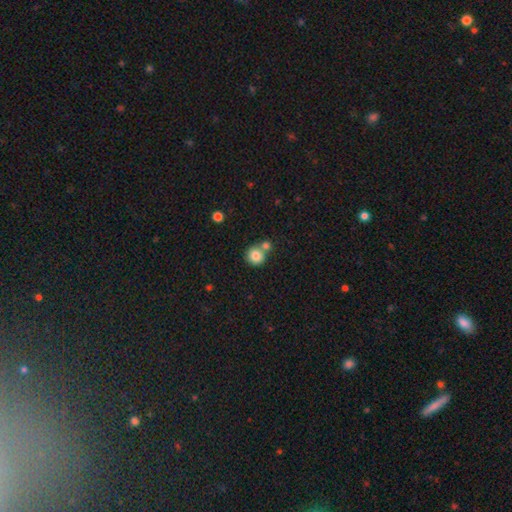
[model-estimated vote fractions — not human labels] Morphology: type=smooth (82%); roundness=round (90%); merging=none (56%).